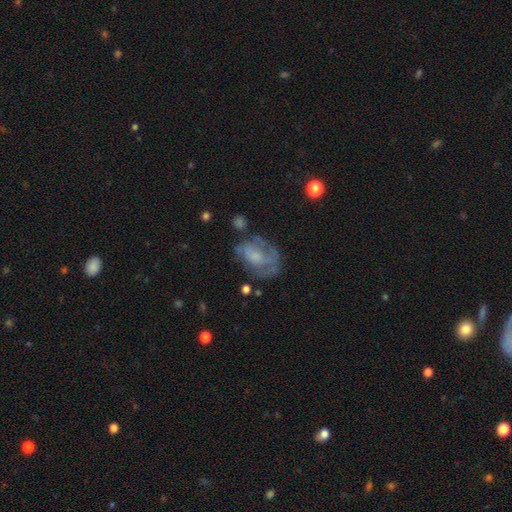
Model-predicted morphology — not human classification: This is possibly a featured or disk galaxy (55%). It is clearly not viewed edge-on (96%). Bar: likely no (72%). Spiral arm pattern: possibly no (55%). Central bulge: marginally small (39%). Merging: possibly none (46%).